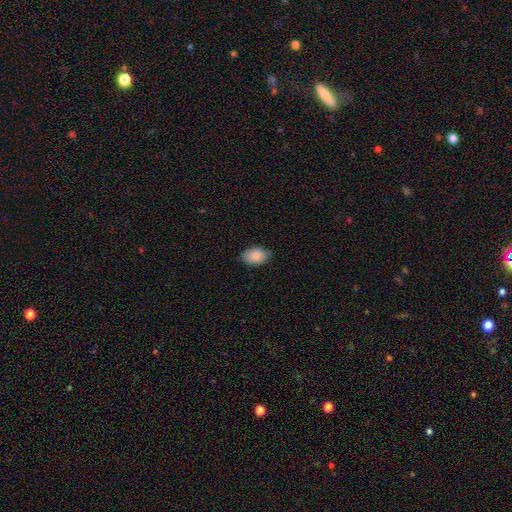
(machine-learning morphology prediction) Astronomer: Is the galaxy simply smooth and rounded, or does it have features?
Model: smooth — 87%.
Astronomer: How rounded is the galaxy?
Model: in between — 85%.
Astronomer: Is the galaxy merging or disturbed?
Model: none — 78%.